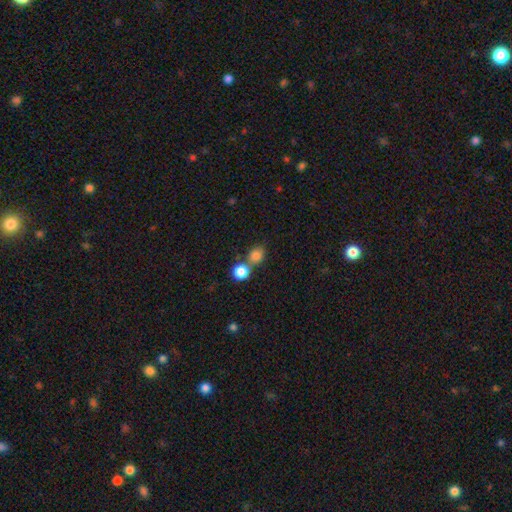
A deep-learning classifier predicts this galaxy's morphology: Smooth or featured: smooth — 83% (star or artifact — 11%)
How rounded: round — 70% (in between — 29%)
Merging: none — 46% (merger — 43%)